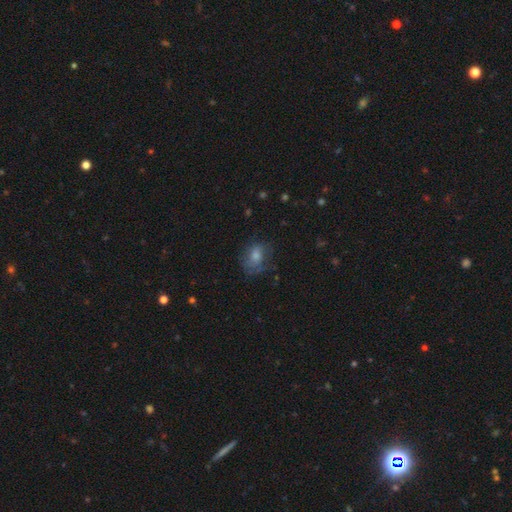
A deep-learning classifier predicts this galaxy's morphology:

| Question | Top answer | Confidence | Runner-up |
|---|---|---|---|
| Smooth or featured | smooth | 56% | featured or disk (27%) |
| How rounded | in between | 57% | round (42%) |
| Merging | none | 60% | minor disturbance (24%) |